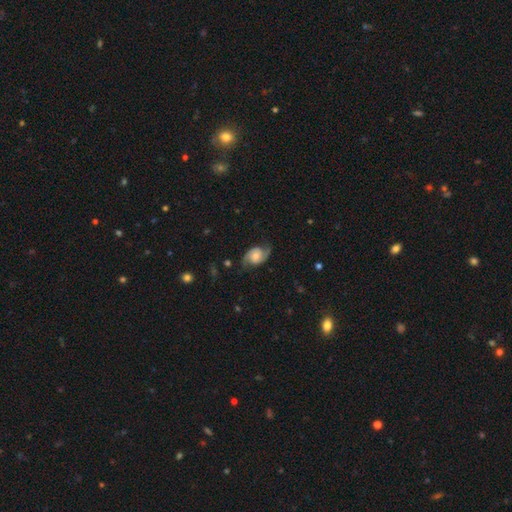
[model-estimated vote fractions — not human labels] This is likely a featured or disk galaxy (79%). It is clearly not viewed edge-on (97%). Bar: likely no (65%). Spiral arm pattern: clearly yes (96%). Spiral arm count: clearly 2 (92%). Spiral winding: marginally medium (44%). Central bulge: marginally moderate (37%). Merging: likely none (74%).